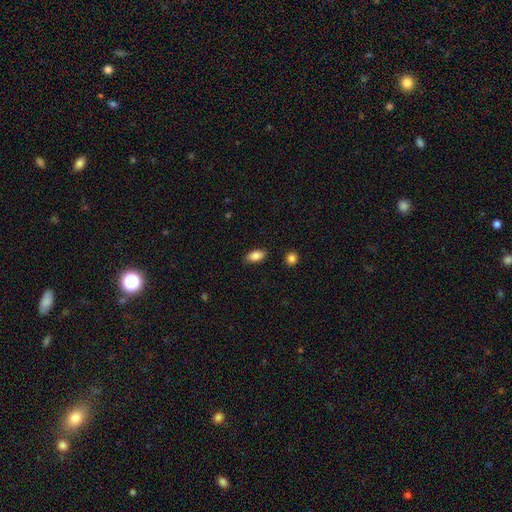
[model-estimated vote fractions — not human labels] This is clearly a smooth galaxy (85%). How rounded: clearly in between (90%). Merging: clearly none (86%).